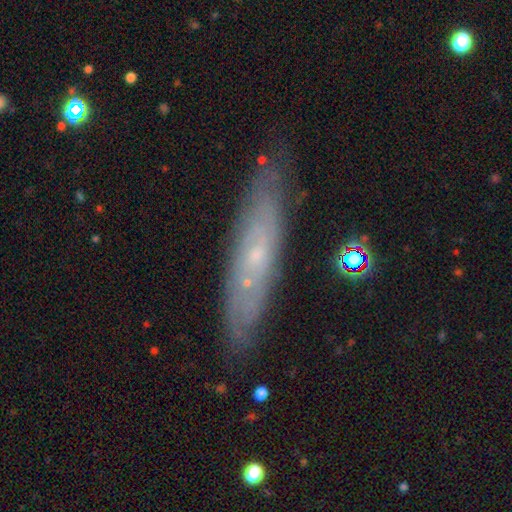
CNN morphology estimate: A featured or disk galaxy (63%). Merging: none (83%).